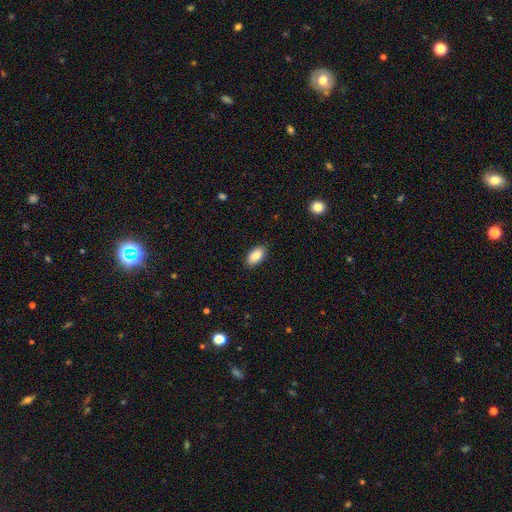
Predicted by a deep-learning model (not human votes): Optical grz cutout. It shows a smooth galaxy with no disk features (87%) that is in between round and cigar-shaped (94%). Merging: none (89%).